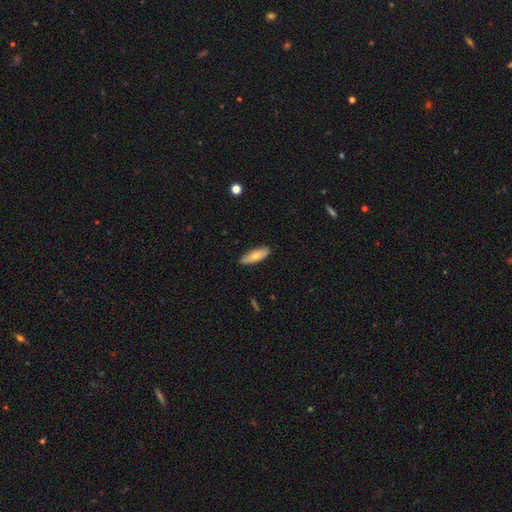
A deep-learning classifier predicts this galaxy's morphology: smooth-or-featured: smooth: 73% | featured or disk: 22% | star or artifact: 6%
  how-rounded: in between: 58% | cigar-shaped: 39% | round: 2%
  merging: none: 87% | minor disturbance: 11% | major disturbance: 2% | merger: 1%